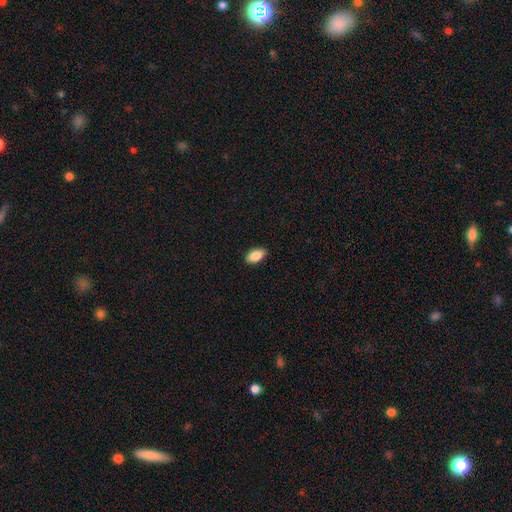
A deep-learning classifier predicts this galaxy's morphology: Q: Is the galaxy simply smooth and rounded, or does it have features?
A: smooth — 87%.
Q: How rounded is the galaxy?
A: in between — 93%.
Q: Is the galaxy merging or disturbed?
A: none — 89%.